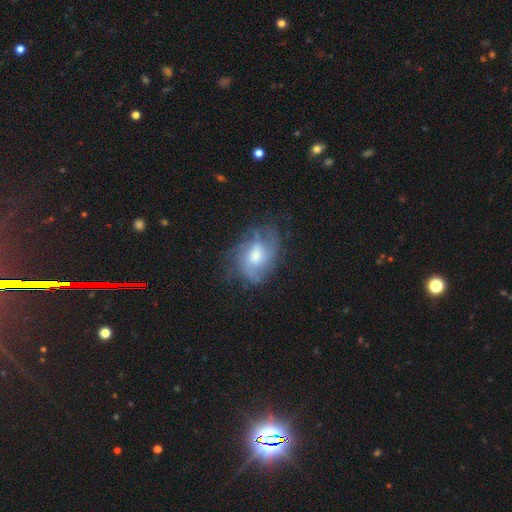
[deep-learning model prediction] Q: Smooth or featured?
A: featured or disk (68%); runner-up: smooth (23%)
Q: Edge-on disk?
A: no (96%); runner-up: yes (4%)
Q: Bar?
A: no (68%); runner-up: weak (28%)
Q: Spiral arms?
A: yes (84%); runner-up: no (16%)
Q: Spiral winding?
A: tight (40%); tied with: medium (40%)
Q: Spiral arm count?
A: can't tell (45%); runner-up: 3 (17%)
Q: Bulge size?
A: moderate (56%); runner-up: small (20%)
Q: Merging?
A: none (63%); runner-up: minor disturbance (22%)